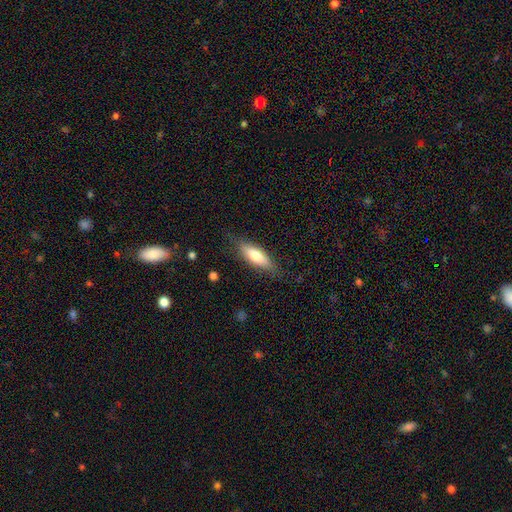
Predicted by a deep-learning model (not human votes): A smooth galaxy with no disk features (70%) that is in between round and cigar-shaped (53%). Merging: none (78%).